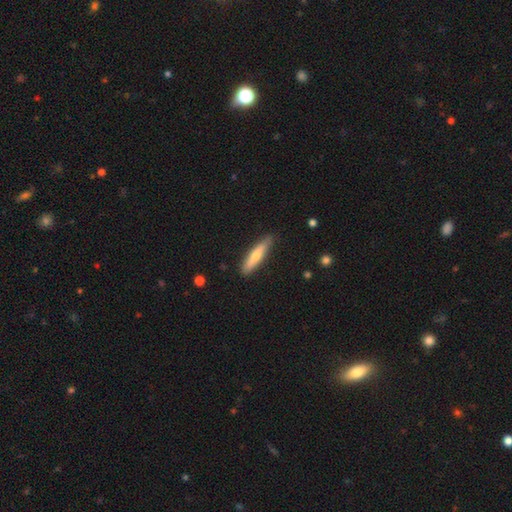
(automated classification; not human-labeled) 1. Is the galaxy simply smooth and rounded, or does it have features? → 59% smooth, 36% featured or disk, 5% star or artifact.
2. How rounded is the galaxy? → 82% cigar-shaped, 16% in between, 2% round.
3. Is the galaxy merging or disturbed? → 87% none, 10% minor disturbance, 2% major disturbance, 1% merger.